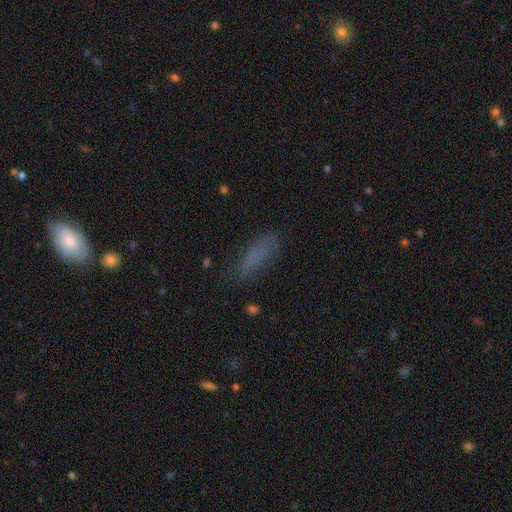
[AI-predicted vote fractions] Smooth or featured?
  - smooth: 75% *
  - star or artifact: 13%
  - featured or disk: 11%
How rounded?
  - cigar-shaped: 64% *
  - in between: 34%
  - round: 2%
Merging?
  - none: 76% *
  - minor disturbance: 17%
  - major disturbance: 6%
  - merger: 2%